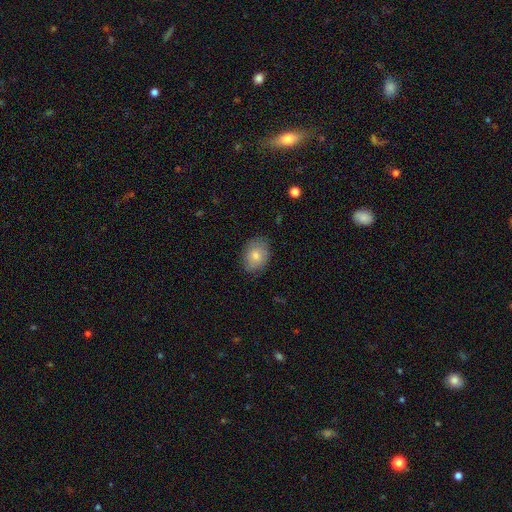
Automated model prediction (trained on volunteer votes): smooth-or-featured: smooth: 77% | featured or disk: 15% | star or artifact: 8%
  how-rounded: in between: 72% | round: 27% | cigar-shaped: 1%
  merging: none: 82% | minor disturbance: 14% | major disturbance: 3% | merger: 1%